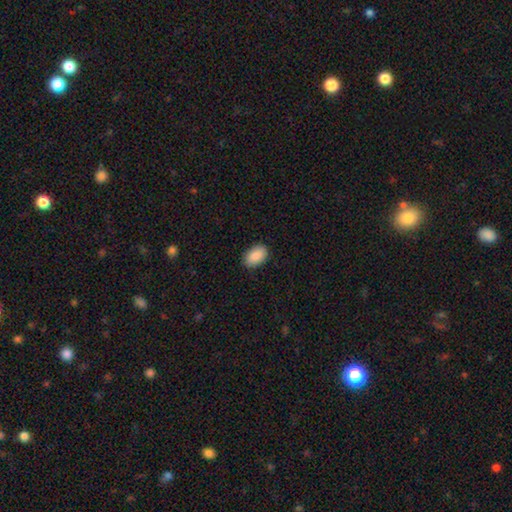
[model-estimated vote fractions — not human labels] A smooth galaxy with no disk features (90%) that is in between round and cigar-shaped (92%).

Vote fractions:
- Smooth or featured? smooth: 90% / star or artifact: 6% / featured or disk: 4%
- How rounded? in between: 92% / round: 7% / cigar-shaped: 1%
- Merging? none: 87% / minor disturbance: 10% / major disturbance: 2% / merger: 1%